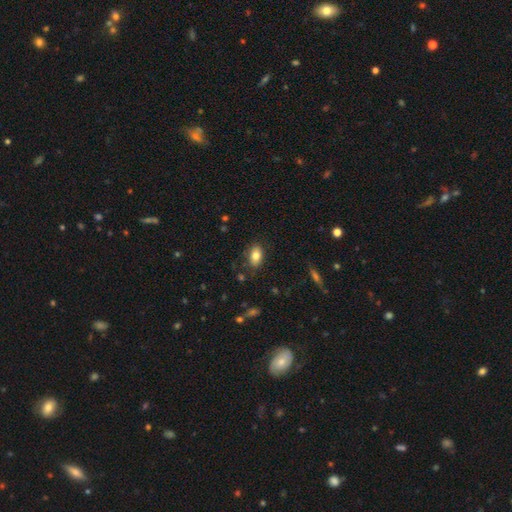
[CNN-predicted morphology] type=smooth (79%); roundness=in between (89%); merging=none (82%).